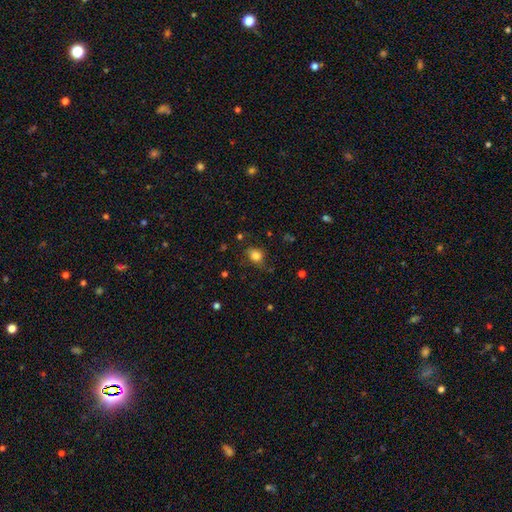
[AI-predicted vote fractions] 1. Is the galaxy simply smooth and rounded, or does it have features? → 82% smooth, 11% star or artifact, 6% featured or disk.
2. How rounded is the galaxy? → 53% round, 45% in between, 1% cigar-shaped.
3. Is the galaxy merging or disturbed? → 75% none, 18% minor disturbance, 5% major disturbance, 2% merger.